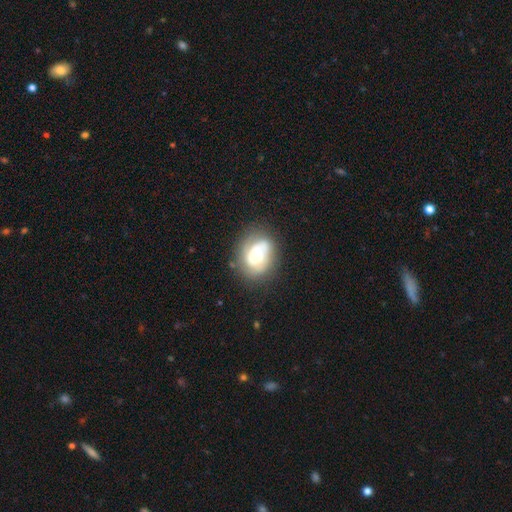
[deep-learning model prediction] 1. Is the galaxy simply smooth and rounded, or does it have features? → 52% featured or disk, 40% smooth, 8% star or artifact.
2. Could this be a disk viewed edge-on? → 96% no, 4% yes.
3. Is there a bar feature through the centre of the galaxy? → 80% no, 16% weak, 4% strong.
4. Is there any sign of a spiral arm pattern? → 60% yes, 40% no.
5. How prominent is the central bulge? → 47% small, 42% moderate, 7% large, 2% dominant, 2% none.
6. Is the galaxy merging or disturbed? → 61% none, 23% minor disturbance, 12% major disturbance, 3% merger.